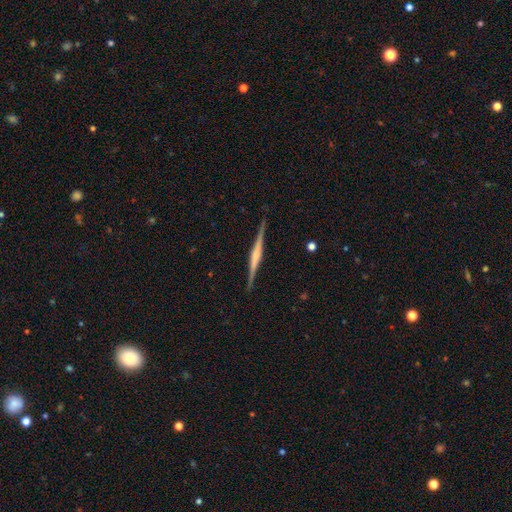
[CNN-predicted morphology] type=featured or disk (78%); edge-on=yes (98%); edge-on bulge=rounded (42%); merging=none (91%).